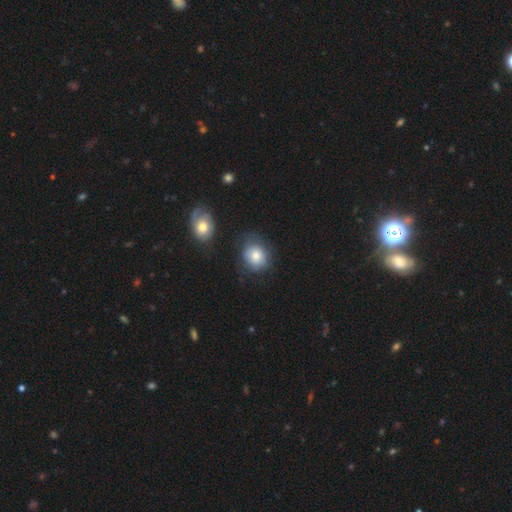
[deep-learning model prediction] Morphology: type=smooth (78%); roundness=round (67%); merging=none (64%).